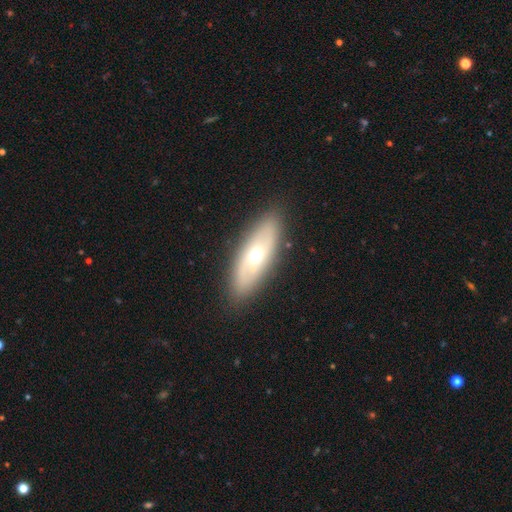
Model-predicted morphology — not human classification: The model was most divided on "smooth or featured": featured or disk: 56%, smooth: 37%, star or artifact: 7%. More confident: merging — none (85%); edge-on disk — no (77%).